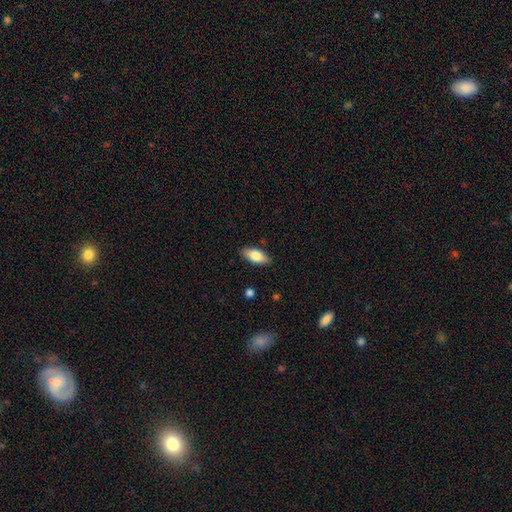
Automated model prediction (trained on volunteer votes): This appears to be a smooth galaxy with no disk features (81%) that is in between round and cigar-shaped (88%). Merging: none (86%).